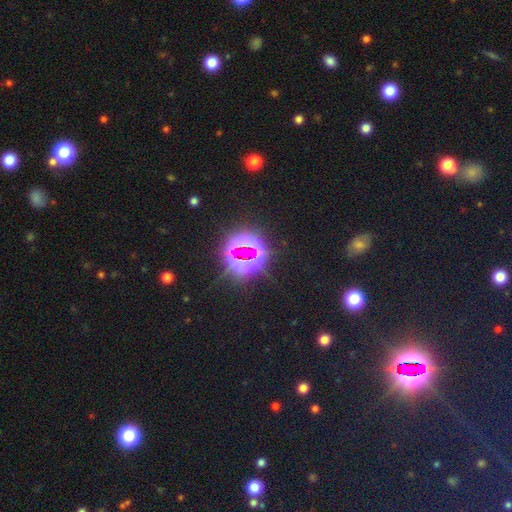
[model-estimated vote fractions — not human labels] Smooth or featured: star or artifact — 76% (smooth — 16%)